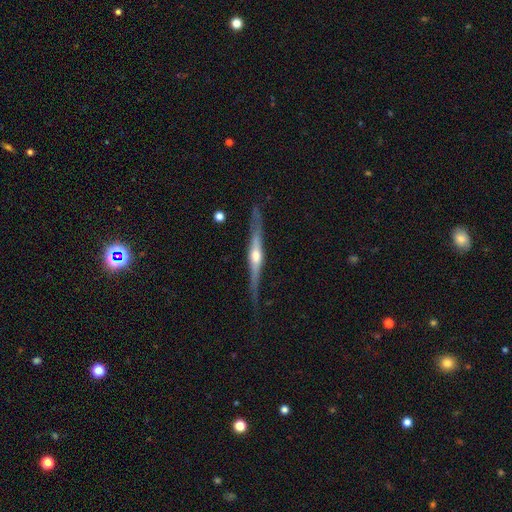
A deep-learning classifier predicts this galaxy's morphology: Smooth or featured: featured or disk — 78% (smooth — 17%)
Edge-on disk: yes — 97% (no — 3%)
Edge-on bulge: rounded — 88% (none — 7%)
Merging: none — 77% (minor disturbance — 17%)